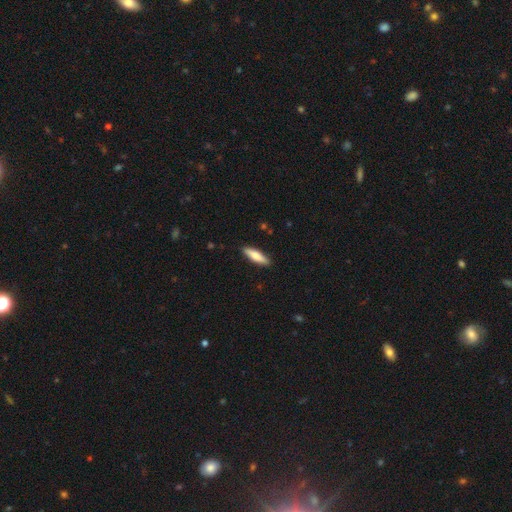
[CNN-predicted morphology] Smooth or featured?
  - smooth: 75% *
  - featured or disk: 20%
  - star or artifact: 5%
How rounded?
  - cigar-shaped: 66% *
  - in between: 33%
  - round: 2%
Merging?
  - none: 89% *
  - minor disturbance: 8%
  - major disturbance: 2%
  - merger: 1%